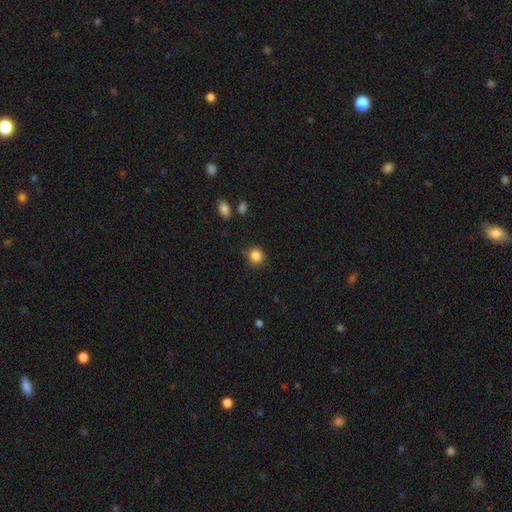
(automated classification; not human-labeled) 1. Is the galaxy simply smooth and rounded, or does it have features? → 86% smooth, 10% star or artifact, 4% featured or disk.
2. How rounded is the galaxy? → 89% round, 10% in between, 1% cigar-shaped.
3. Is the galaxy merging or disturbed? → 80% none, 13% minor disturbance, 3% merger, 3% major disturbance.